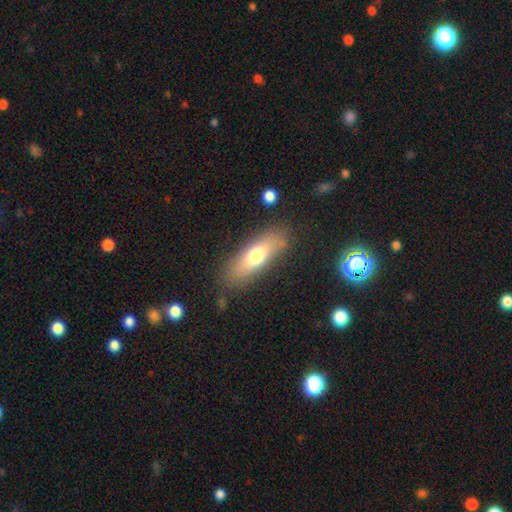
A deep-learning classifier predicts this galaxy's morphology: This is likely a smooth galaxy (67%). How rounded: possibly in between (54%). Merging: clearly none (82%).